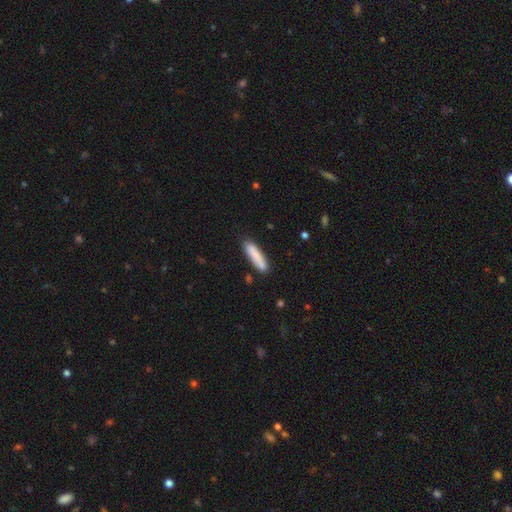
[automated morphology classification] type=smooth (85%); roundness=cigar-shaped (82%); merging=none (83%).